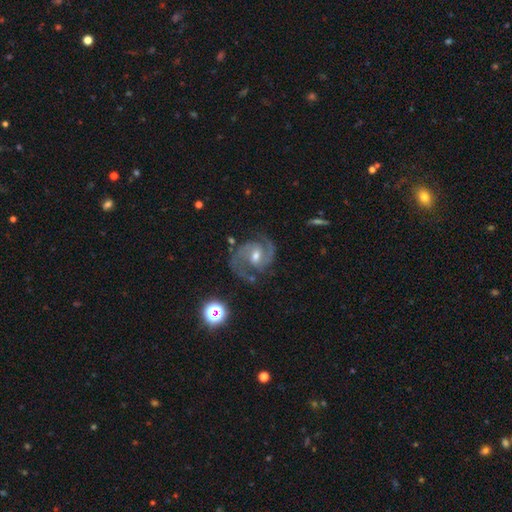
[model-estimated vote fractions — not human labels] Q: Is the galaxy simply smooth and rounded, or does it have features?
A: featured or disk — 90%.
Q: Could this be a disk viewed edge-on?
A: no — 98%.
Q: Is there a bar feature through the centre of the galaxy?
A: weak — 50%.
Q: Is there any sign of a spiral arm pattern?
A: yes — 98%.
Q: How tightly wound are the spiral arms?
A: medium — 62%.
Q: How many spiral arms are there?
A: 2 — 91%.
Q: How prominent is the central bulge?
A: moderate — 64%.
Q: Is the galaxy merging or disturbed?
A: none — 78%.